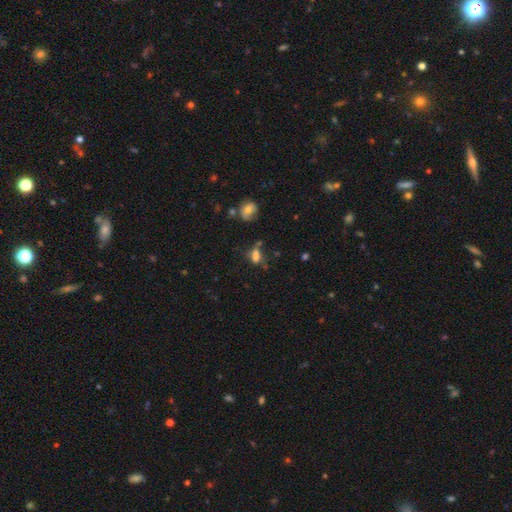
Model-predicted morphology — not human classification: type=smooth (68%); roundness=in between (75%); merging=none (47%).